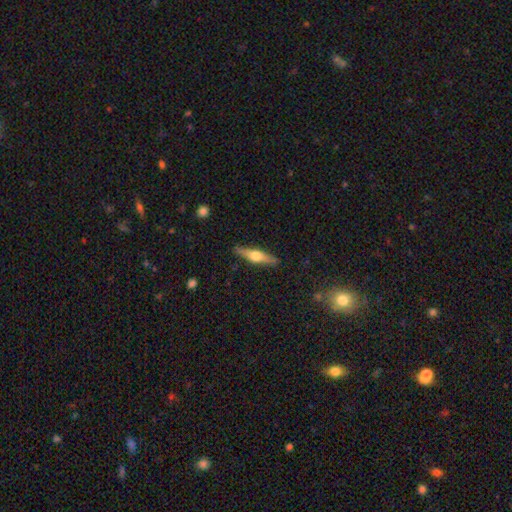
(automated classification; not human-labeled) This is likely a featured or disk galaxy (64%). It is clearly viewed edge-on (97%). Edge-on bulge: clearly rounded (95%). Merging: clearly none (90%).